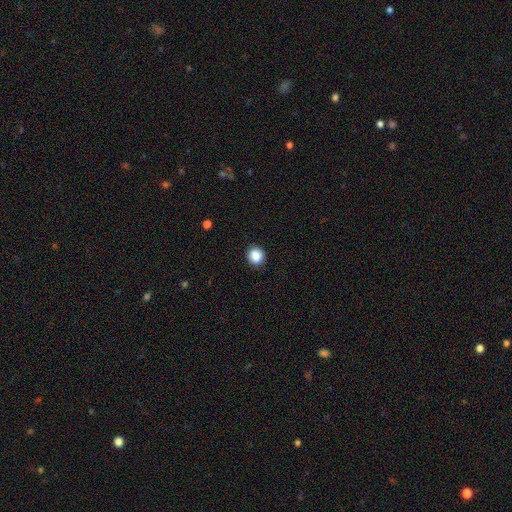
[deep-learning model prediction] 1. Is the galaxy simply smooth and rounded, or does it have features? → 88% smooth, 9% star or artifact, 3% featured or disk.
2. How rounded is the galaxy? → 82% round, 17% in between, 1% cigar-shaped.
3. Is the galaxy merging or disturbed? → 91% none, 7% minor disturbance, 2% major disturbance, 1% merger.